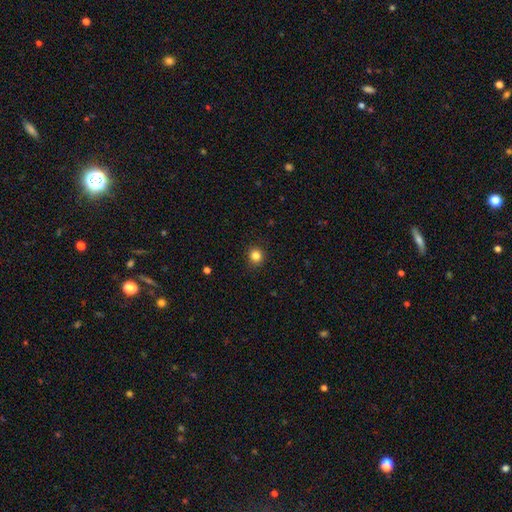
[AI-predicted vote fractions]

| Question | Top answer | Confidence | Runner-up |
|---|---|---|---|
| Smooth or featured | smooth | 83% | star or artifact (12%) |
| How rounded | round | 89% | in between (10%) |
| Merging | none | 91% | minor disturbance (6%) |